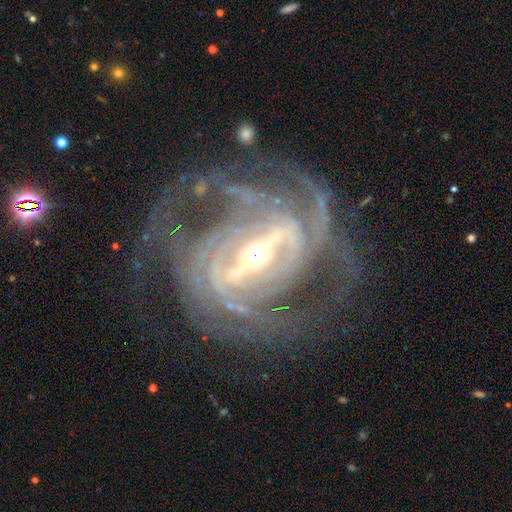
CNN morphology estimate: The model was most divided on "spiral arm count": 2: 27%, can't tell: 23%, 3: 17%, 4: 15%, more than 4: 10%, 1: 8%. More confident: edge-on disk — no (96%); spiral arms — yes (96%); smooth or featured — featured or disk (91%); bar — strong (71%); merging — none (59%); bulge size — small (57%); spiral winding — tight (52%).